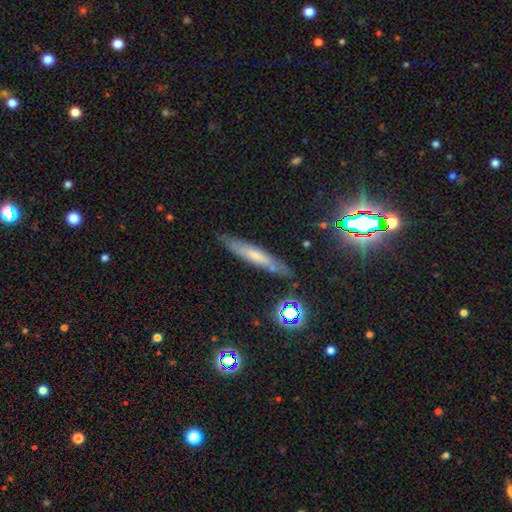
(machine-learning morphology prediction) This is possibly a smooth galaxy (51%). How rounded: clearly cigar-shaped (89%). Merging: clearly none (81%).